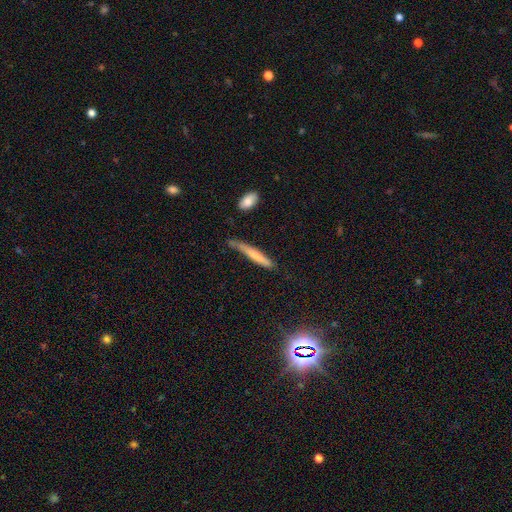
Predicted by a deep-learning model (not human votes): smooth-or-featured: smooth: 70% | featured or disk: 24% | star or artifact: 6%
  how-rounded: cigar-shaped: 94% | in between: 5% | round: 1%
  merging: none: 59% | minor disturbance: 29% | major disturbance: 8% | merger: 4%